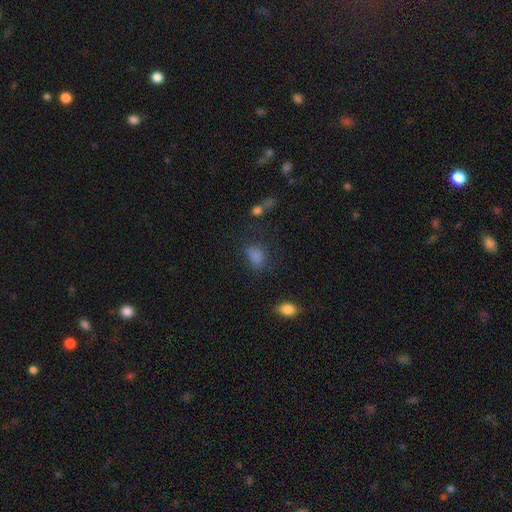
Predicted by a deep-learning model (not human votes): Smooth or featured?
  - smooth: 77% *
  - star or artifact: 17%
  - featured or disk: 6%
How rounded?
  - in between: 68% *
  - round: 30%
  - cigar-shaped: 2%
Merging?
  - none: 69% *
  - minor disturbance: 18%
  - major disturbance: 10%
  - merger: 3%